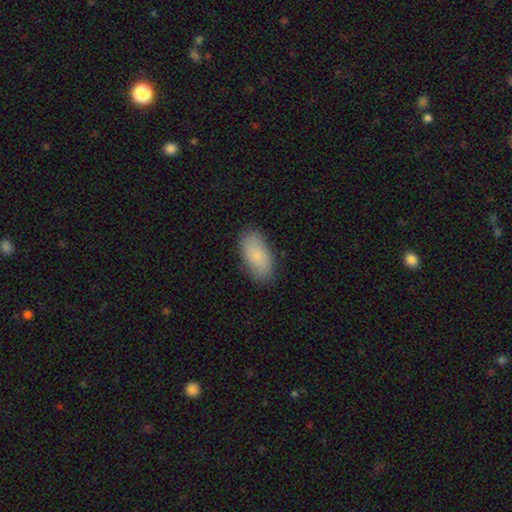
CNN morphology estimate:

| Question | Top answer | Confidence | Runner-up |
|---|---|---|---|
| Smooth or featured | smooth | 82% | featured or disk (11%) |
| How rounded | in between | 92% | cigar-shaped (6%) |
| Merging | none | 84% | minor disturbance (13%) |